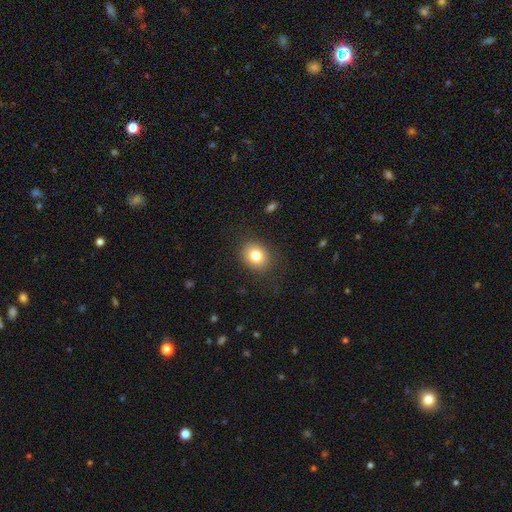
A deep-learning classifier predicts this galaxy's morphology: Smooth or featured: smooth — 81% (star or artifact — 10%)
How rounded: round — 58% (in between — 41%)
Merging: none — 86% (minor disturbance — 9%)